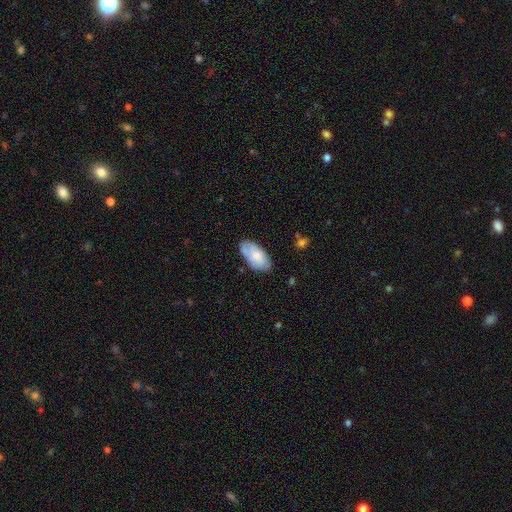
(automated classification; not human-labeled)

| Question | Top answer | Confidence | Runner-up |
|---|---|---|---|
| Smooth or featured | smooth | 63% | featured or disk (30%) |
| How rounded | in between | 95% | cigar-shaped (3%) |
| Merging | none | 72% | minor disturbance (22%) |